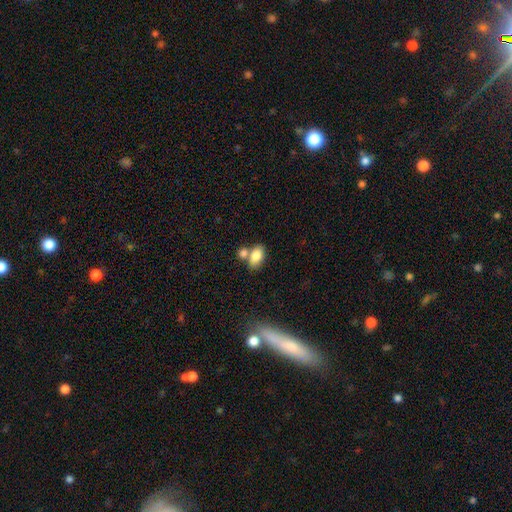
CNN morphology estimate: Smooth or featured: smooth — 79% (featured or disk — 12%)
How rounded: in between — 87% (round — 11%)
Merging: none — 49% (merger — 36%)